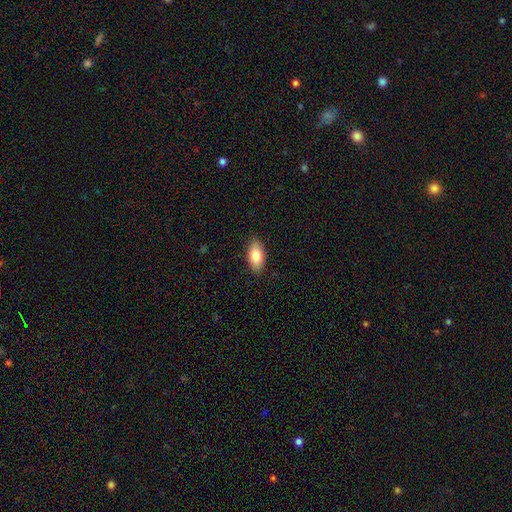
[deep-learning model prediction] Smooth or featured: smooth — 81% (featured or disk — 12%)
How rounded: in between — 91% (cigar-shaped — 5%)
Merging: none — 87% (minor disturbance — 10%)